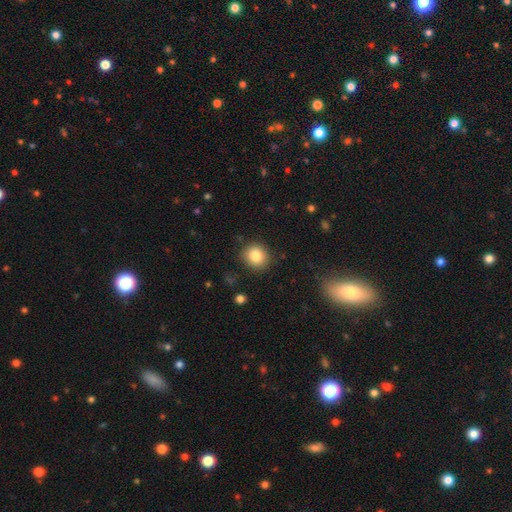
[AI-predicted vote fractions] A smooth galaxy with no disk features (84%) that is round (85%). Merging: none (87%).